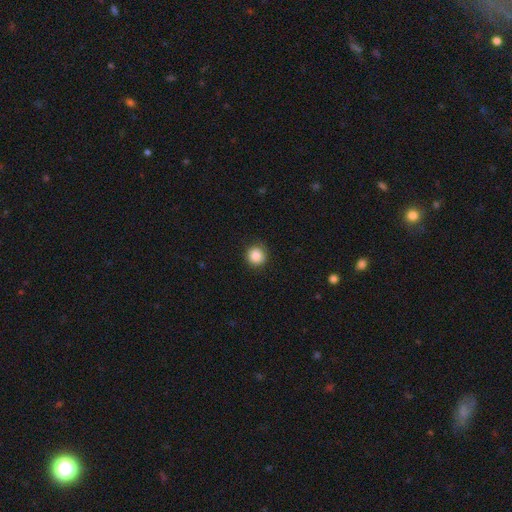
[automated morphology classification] A smooth galaxy with no disk features (86%) that is round (93%).

Vote fractions:
- Smooth or featured? smooth: 86% / star or artifact: 9% / featured or disk: 5%
- How rounded? round: 93% / in between: 6% / cigar-shaped: 1%
- Merging? none: 83% / minor disturbance: 12% / major disturbance: 3% / merger: 1%